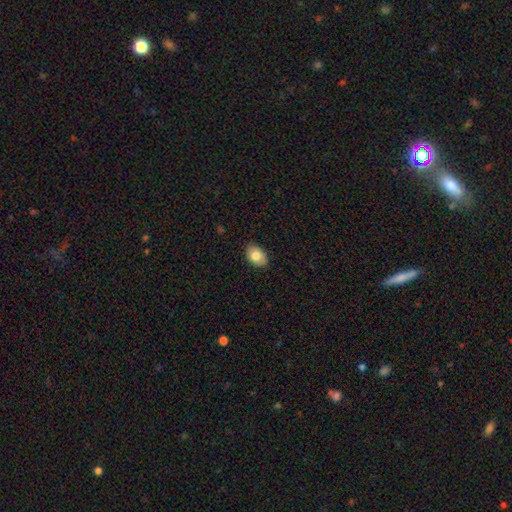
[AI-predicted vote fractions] A smooth galaxy with no disk features (82%) that is in between round and cigar-shaped (83%). Merging: none (87%).